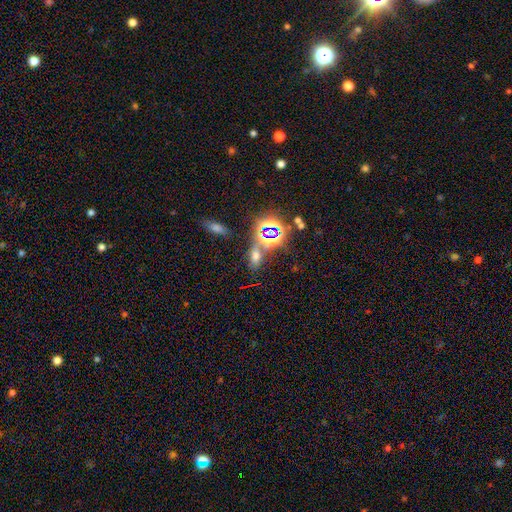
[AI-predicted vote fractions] This appears to be a smooth galaxy with no disk features (46%). Merging: none (64%).